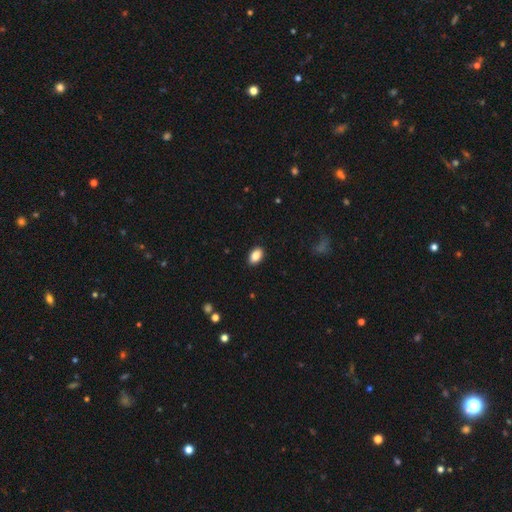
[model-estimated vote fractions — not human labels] smooth-or-featured: smooth: 86% | star or artifact: 8% | featured or disk: 6%
  how-rounded: in between: 90% | round: 9% | cigar-shaped: 2%
  merging: none: 90% | minor disturbance: 7% | major disturbance: 2% | merger: 1%